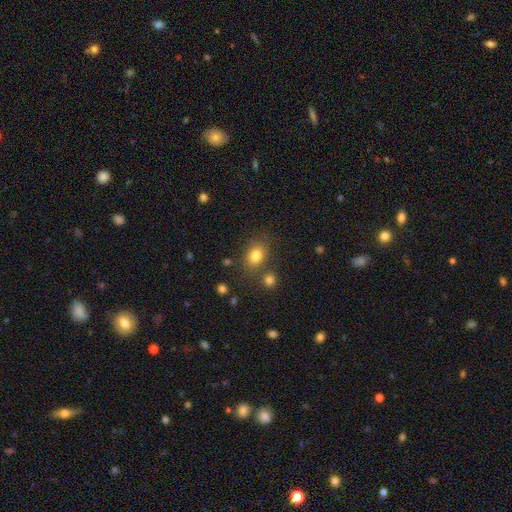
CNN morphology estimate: This is clearly a smooth galaxy (80%). How rounded: likely in between (63%). Merging: likely none (72%).